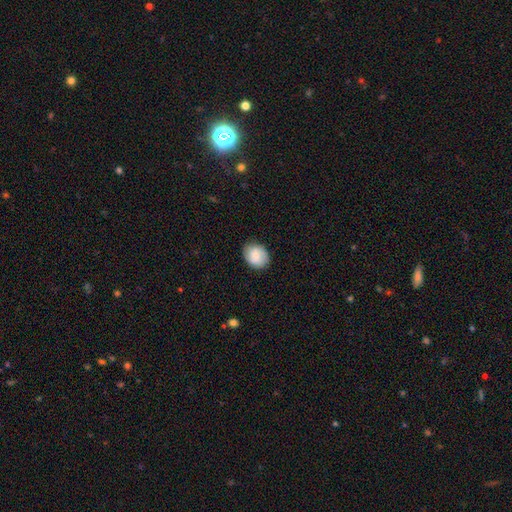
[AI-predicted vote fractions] Smooth or featured?
  - smooth: 76% *
  - featured or disk: 17%
  - star or artifact: 7%
How rounded?
  - in between: 51% *
  - round: 48%
  - cigar-shaped: 1%
Merging?
  - none: 83% *
  - minor disturbance: 13%
  - major disturbance: 3%
  - merger: 1%